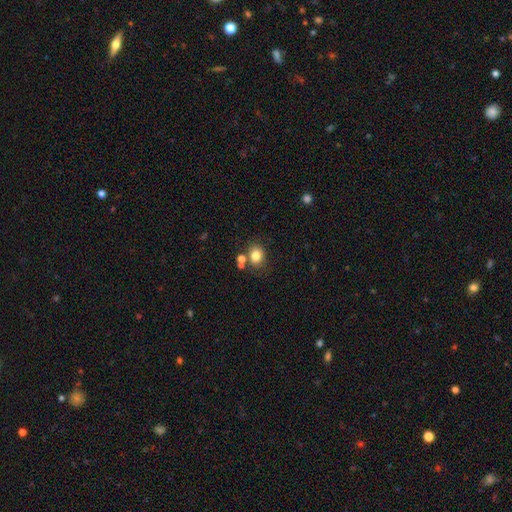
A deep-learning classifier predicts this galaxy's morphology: A smooth galaxy with no disk features (80%) that is round (62%).

Vote fractions:
- Smooth or featured? smooth: 80% / star or artifact: 12% / featured or disk: 9%
- How rounded? round: 62% / in between: 37% / cigar-shaped: 1%
- Merging? none: 68% / merger: 15% / minor disturbance: 13% / major disturbance: 4%